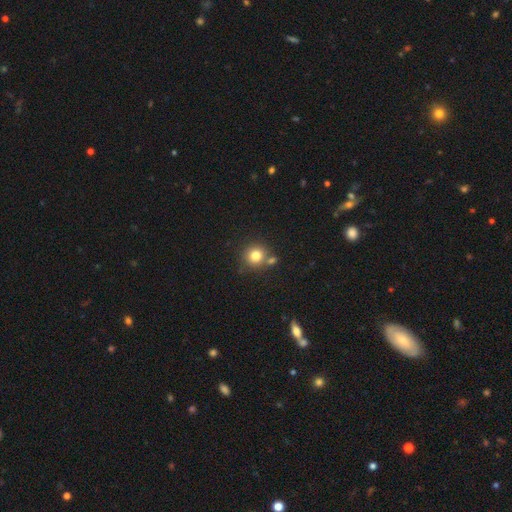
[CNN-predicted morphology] A smooth galaxy with no disk features (79%) that is round (89%). Merging: none (68%).